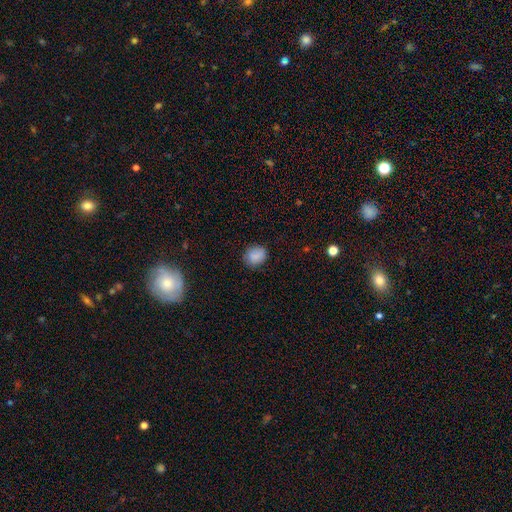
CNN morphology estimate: This is clearly a smooth galaxy (85%). How rounded: likely round (61%). Merging: likely none (80%).